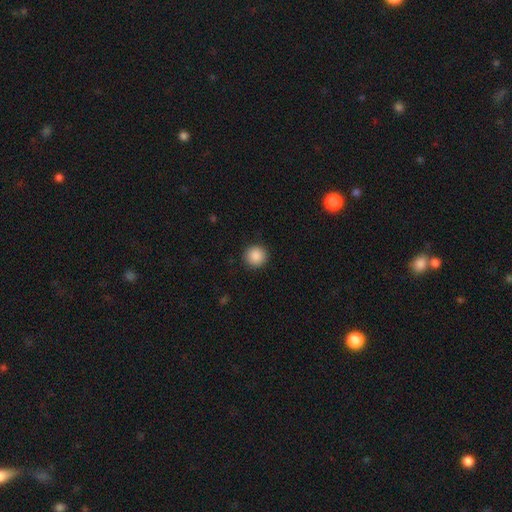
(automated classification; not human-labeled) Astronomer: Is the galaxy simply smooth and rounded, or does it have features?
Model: smooth — 88%.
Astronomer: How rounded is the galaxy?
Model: round — 94%.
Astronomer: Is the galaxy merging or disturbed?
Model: none — 91%.